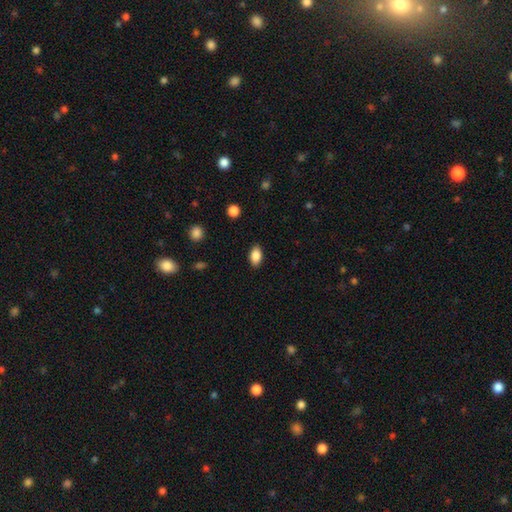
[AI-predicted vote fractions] The model was most divided on "merging": none: 87%, minor disturbance: 9%, major disturbance: 2%, merger: 1%. More confident: how rounded — in between (90%); smooth or featured — smooth (86%).